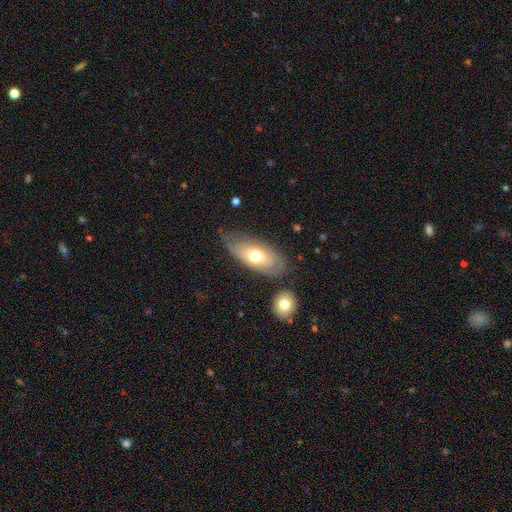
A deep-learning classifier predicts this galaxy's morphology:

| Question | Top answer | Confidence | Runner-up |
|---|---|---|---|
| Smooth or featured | smooth | 57% | featured or disk (36%) |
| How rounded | in between | 87% | cigar-shaped (9%) |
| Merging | none | 60% | minor disturbance (26%) |